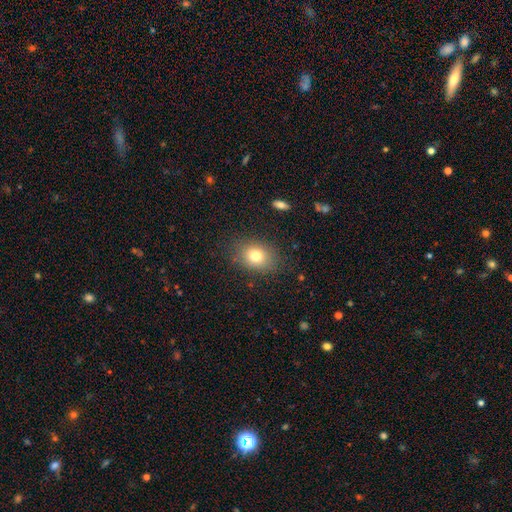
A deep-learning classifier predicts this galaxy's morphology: The model was most divided on "how rounded": in between: 59%, round: 40%, cigar-shaped: 1%. More confident: merging — none (83%); smooth or featured — smooth (77%).